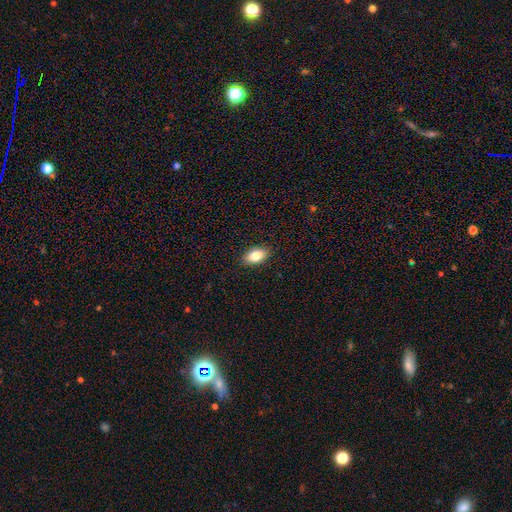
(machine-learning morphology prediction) Smooth or featured?
  - smooth: 81% *
  - featured or disk: 11%
  - star or artifact: 8%
How rounded?
  - in between: 91% *
  - round: 6%
  - cigar-shaped: 3%
Merging?
  - none: 90% *
  - minor disturbance: 8%
  - major disturbance: 2%
  - merger: 1%